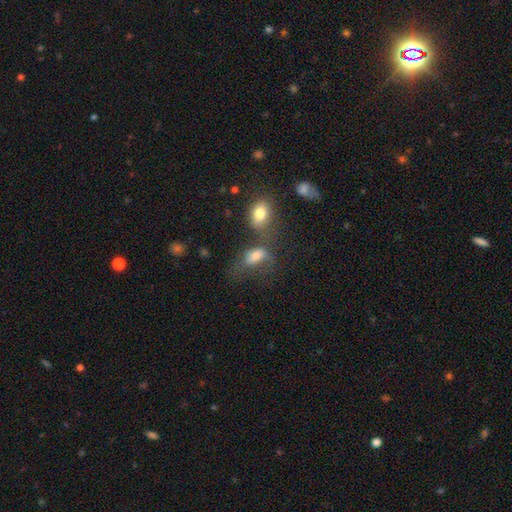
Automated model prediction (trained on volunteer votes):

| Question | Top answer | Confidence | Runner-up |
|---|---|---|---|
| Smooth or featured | smooth | 68% | featured or disk (19%) |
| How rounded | in between | 84% | round (11%) |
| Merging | merger | 32% | none (28%) |